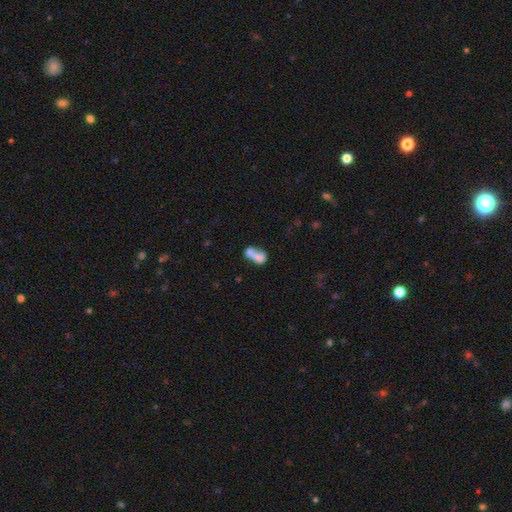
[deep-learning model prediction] smooth-or-featured: smooth: 65% | featured or disk: 25% | star or artifact: 10%
  how-rounded: in between: 77% | round: 17% | cigar-shaped: 6%
  merging: merger: 61% | none: 20% | minor disturbance: 10% | major disturbance: 10%